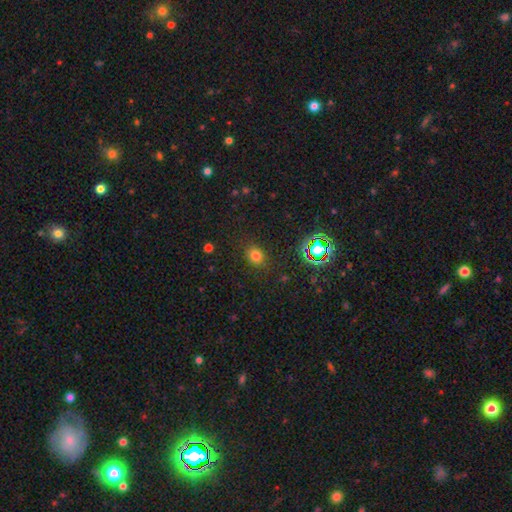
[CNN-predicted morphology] Smooth or featured? Predicted: smooth (p=0.73). How rounded? Predicted: round (p=0.61). Merging? Predicted: none (p=0.85).